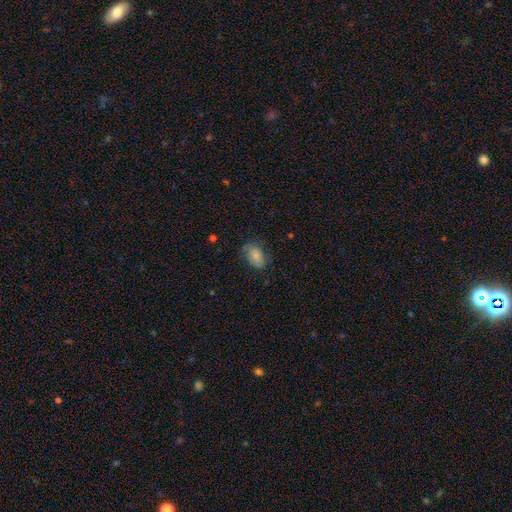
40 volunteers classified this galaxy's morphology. Overall: smooth (82%). How rounded: in between (88%). Merging: none (61%; minor disturbance 25%).